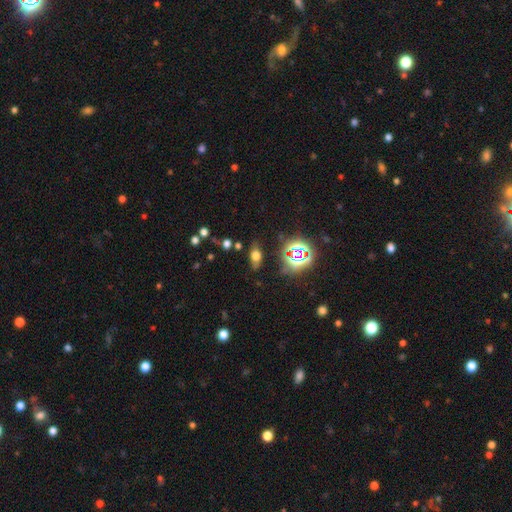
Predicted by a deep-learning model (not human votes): smooth-or-featured: smooth: 56% | star or artifact: 27% | featured or disk: 17%
  how-rounded: in between: 77% | round: 16% | cigar-shaped: 7%
  merging: none: 73% | minor disturbance: 17% | major disturbance: 6% | merger: 4%